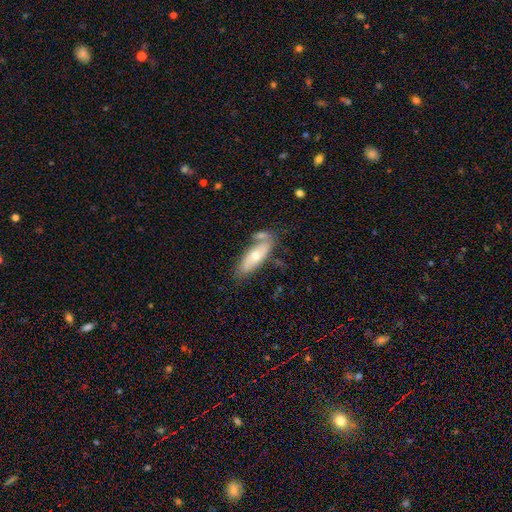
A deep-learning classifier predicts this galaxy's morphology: Q: Smooth or featured?
A: smooth (57%); runner-up: featured or disk (37%)
Q: How rounded?
A: in between (65%); runner-up: cigar-shaped (33%)
Q: Merging?
A: none (57%); runner-up: merger (20%)